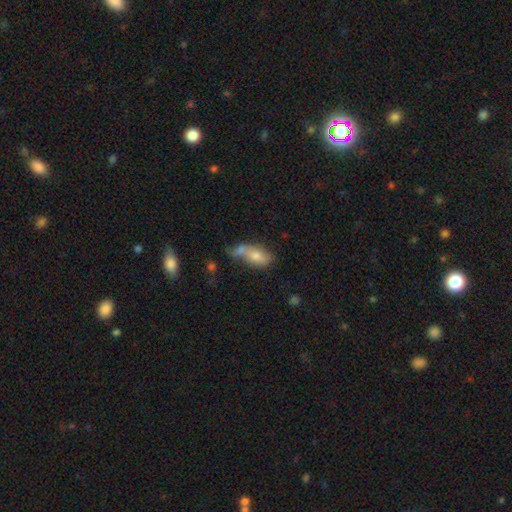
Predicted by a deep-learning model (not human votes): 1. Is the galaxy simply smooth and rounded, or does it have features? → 64% smooth, 26% featured or disk, 9% star or artifact.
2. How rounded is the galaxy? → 84% in between, 10% cigar-shaped, 6% round.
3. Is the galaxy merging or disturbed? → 37% merger, 31% none, 20% minor disturbance, 12% major disturbance.